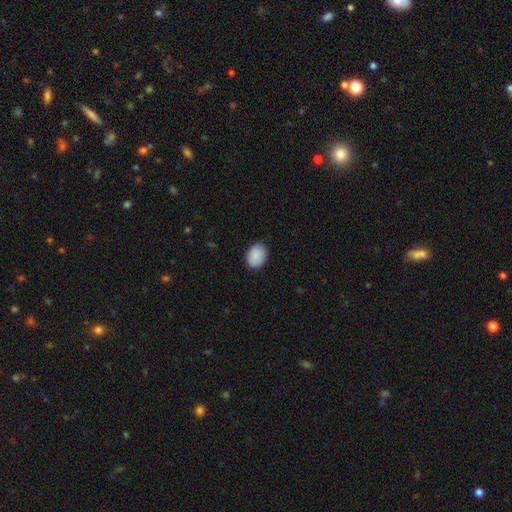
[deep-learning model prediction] smooth_or_featured: smooth (p=0.89) [alt: star or artifact p=0.07]
how_rounded: in between (p=0.64) [alt: round p=0.35]
merging: none (p=0.86) [alt: minor disturbance p=0.11]